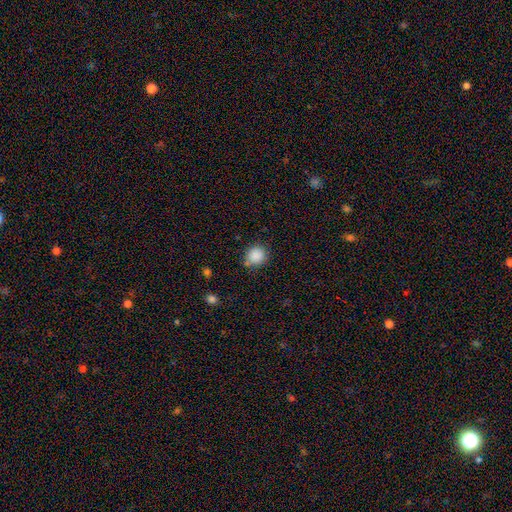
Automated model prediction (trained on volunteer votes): Smooth or featured?
  - smooth: 87% *
  - star or artifact: 9%
  - featured or disk: 4%
How rounded?
  - round: 85% *
  - in between: 14%
  - cigar-shaped: 1%
Merging?
  - none: 75% *
  - minor disturbance: 16%
  - merger: 5%
  - major disturbance: 4%